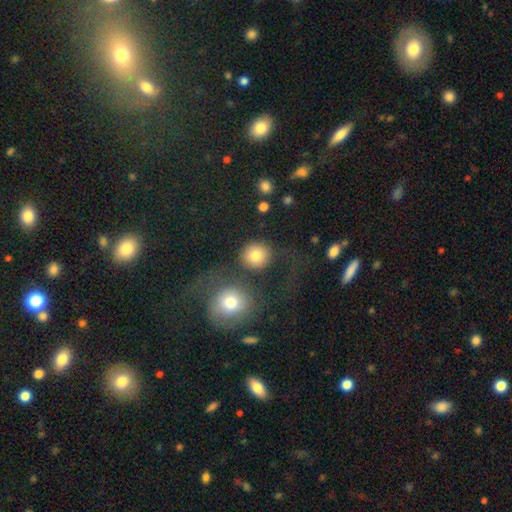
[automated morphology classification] type=smooth (80%); roundness=round (89%); merging=none (67%).